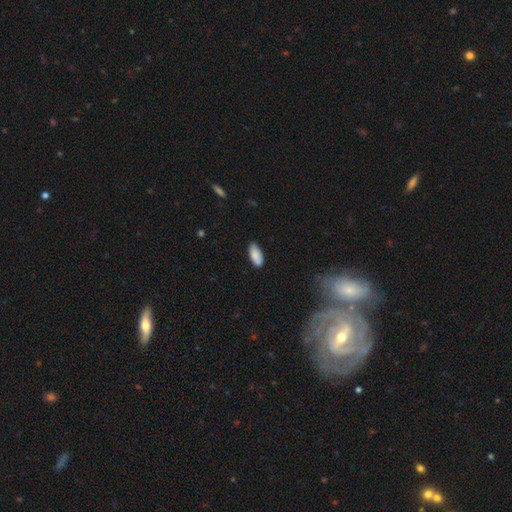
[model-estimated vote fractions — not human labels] This appears to be a smooth galaxy with no disk features (85%) that is in between round and cigar-shaped (89%). Merging: none (80%).